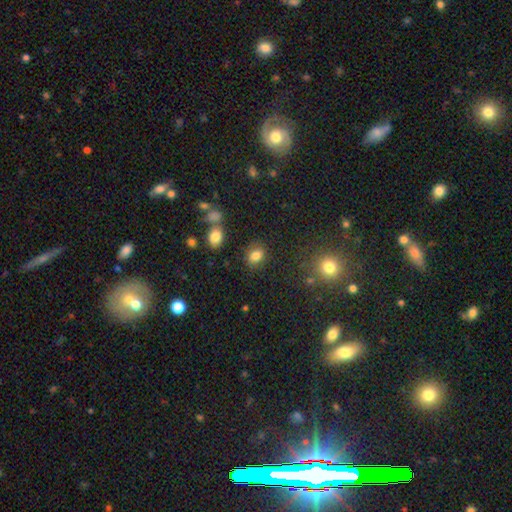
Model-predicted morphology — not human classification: Overall: smooth (81%). How rounded: in between (64%; round 34%). Merging: none (81%).